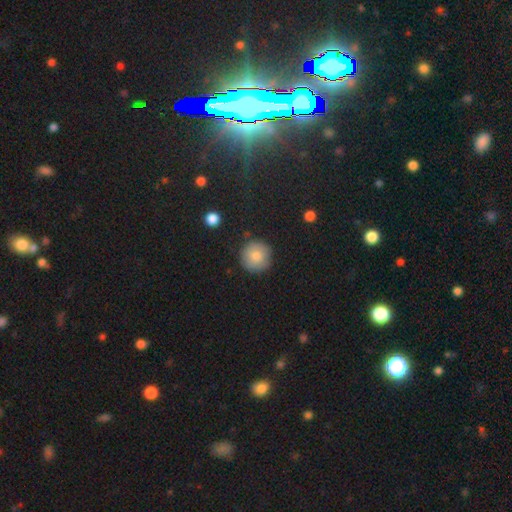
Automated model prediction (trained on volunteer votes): The model was most divided on "smooth or featured": smooth: 81%, featured or disk: 10%, star or artifact: 8%. More confident: how rounded — round (95%); merging — none (86%).